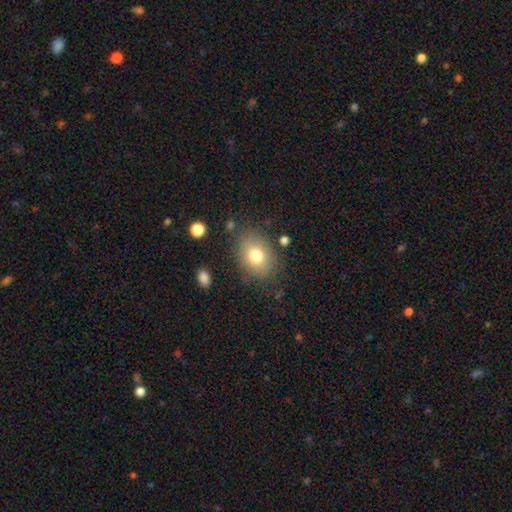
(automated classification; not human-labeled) This appears to be a smooth galaxy with no disk features (76%) that is in between round and cigar-shaped (64%). Merging: none (78%).